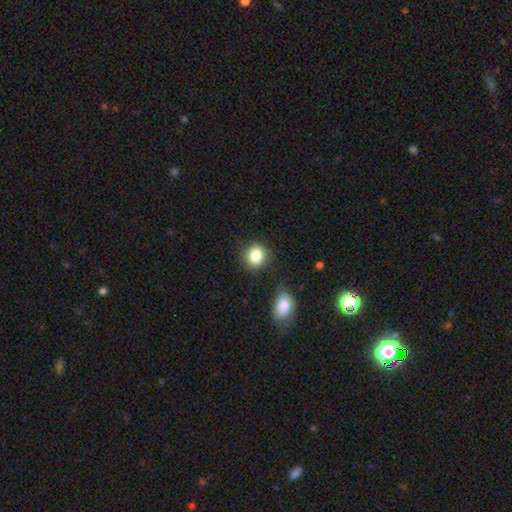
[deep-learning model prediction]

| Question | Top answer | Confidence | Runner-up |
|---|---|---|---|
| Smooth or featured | smooth | 84% | star or artifact (10%) |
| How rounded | round | 68% | in between (31%) |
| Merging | none | 84% | minor disturbance (10%) |